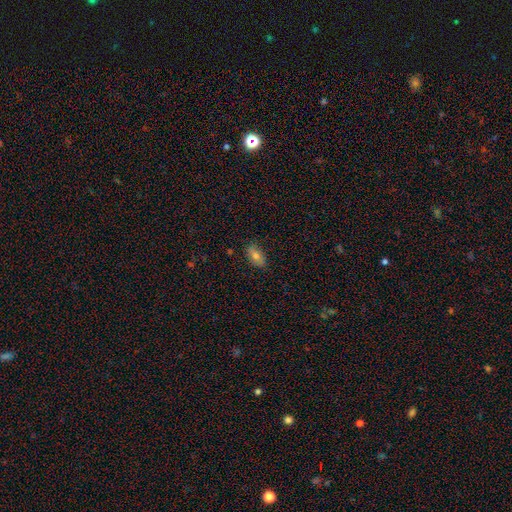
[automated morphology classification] This appears to be a smooth galaxy with no disk features (70%) that is in between round and cigar-shaped (87%). Merging: none (84%).